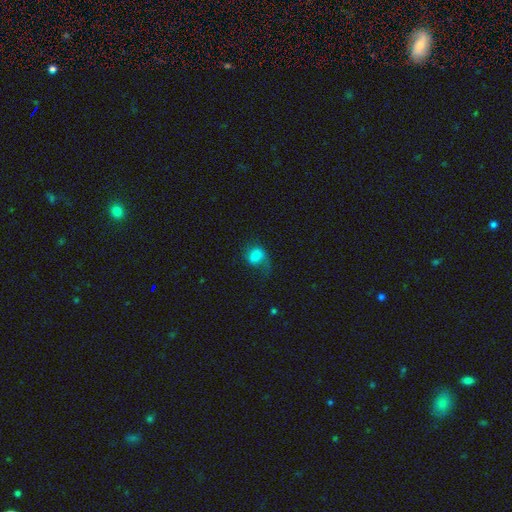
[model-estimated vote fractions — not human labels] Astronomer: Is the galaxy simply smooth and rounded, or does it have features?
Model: smooth — 67%.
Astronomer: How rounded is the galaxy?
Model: in between — 58% (runner-up: round, 41%).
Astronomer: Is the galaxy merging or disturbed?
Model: major disturbance — 39% (runner-up: none, 34%).